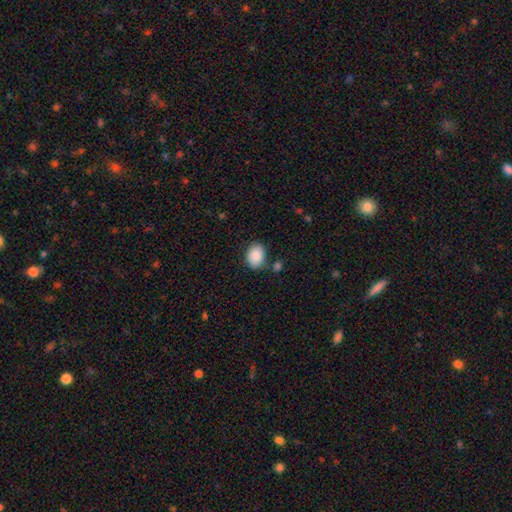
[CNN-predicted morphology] smooth-or-featured: smooth: 87% | star or artifact: 7% | featured or disk: 6%
  how-rounded: in between: 67% | round: 32% | cigar-shaped: 1%
  merging: none: 75% | minor disturbance: 15% | merger: 6% | major disturbance: 4%